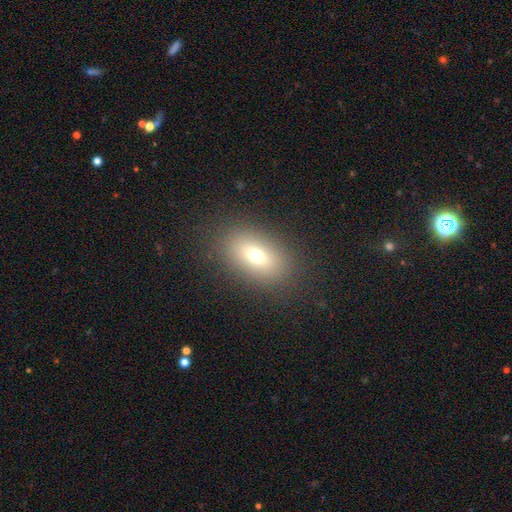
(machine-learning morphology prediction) A smooth galaxy with no disk features (70%) that is in between round and cigar-shaped (82%).

Vote fractions:
- Smooth or featured? smooth: 70% / featured or disk: 17% / star or artifact: 13%
- How rounded? in between: 82% / round: 15% / cigar-shaped: 3%
- Merging? none: 86% / minor disturbance: 9% / major disturbance: 4% / merger: 1%